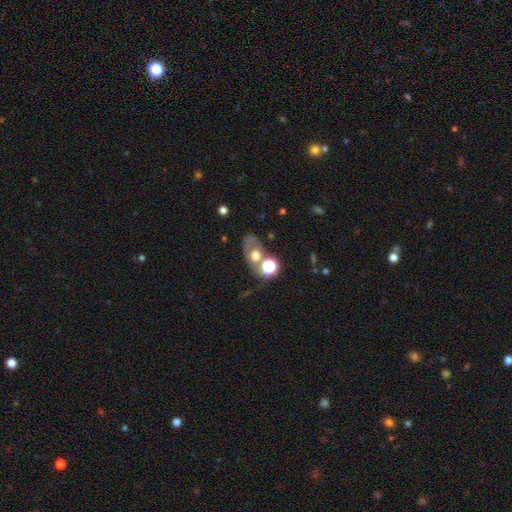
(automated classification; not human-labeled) smooth-or-featured: smooth: 50% | featured or disk: 32% | star or artifact: 18%
  how-rounded: in between: 64% | round: 34% | cigar-shaped: 2%
  merging: none: 41% | merger: 30% | minor disturbance: 15% | major disturbance: 13%